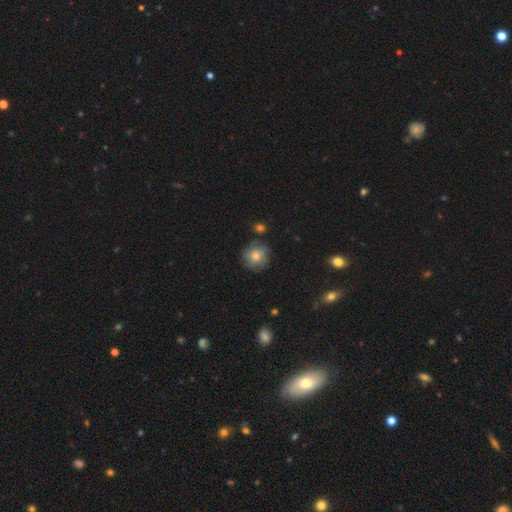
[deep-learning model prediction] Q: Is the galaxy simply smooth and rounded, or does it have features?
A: smooth — 63%.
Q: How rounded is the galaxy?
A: round — 89%.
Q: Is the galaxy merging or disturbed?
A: none — 76%.